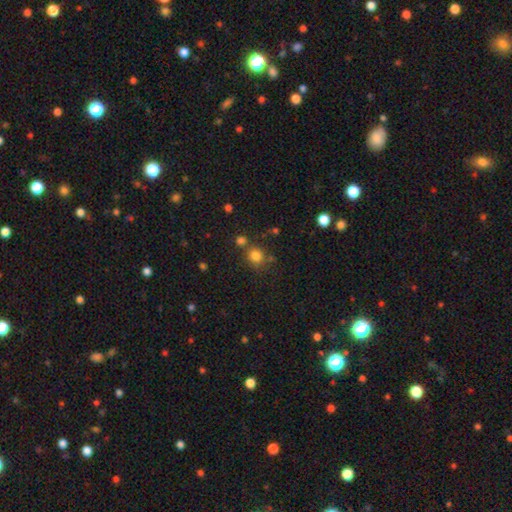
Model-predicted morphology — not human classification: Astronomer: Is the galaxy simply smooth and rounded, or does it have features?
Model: smooth — 79%.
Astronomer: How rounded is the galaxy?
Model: round — 87%.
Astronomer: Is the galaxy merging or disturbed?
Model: none — 67%.